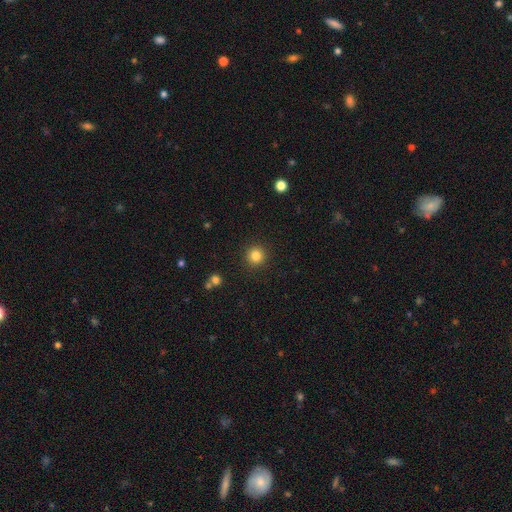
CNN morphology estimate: A smooth galaxy with no disk features (84%) that is round (94%).

Vote fractions:
- Smooth or featured? smooth: 84% / star or artifact: 11% / featured or disk: 5%
- How rounded? round: 94% / in between: 5% / cigar-shaped: 1%
- Merging? none: 91% / minor disturbance: 5% / major disturbance: 2% / merger: 1%